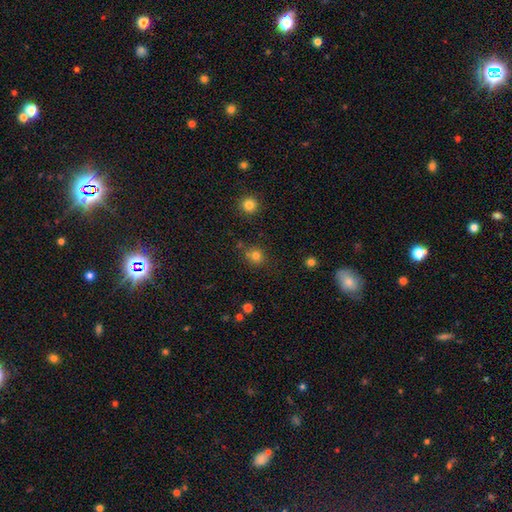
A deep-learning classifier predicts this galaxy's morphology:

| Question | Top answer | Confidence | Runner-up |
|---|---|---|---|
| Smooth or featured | smooth | 78% | star or artifact (16%) |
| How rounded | round | 88% | in between (11%) |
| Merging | none | 76% | minor disturbance (11%) |